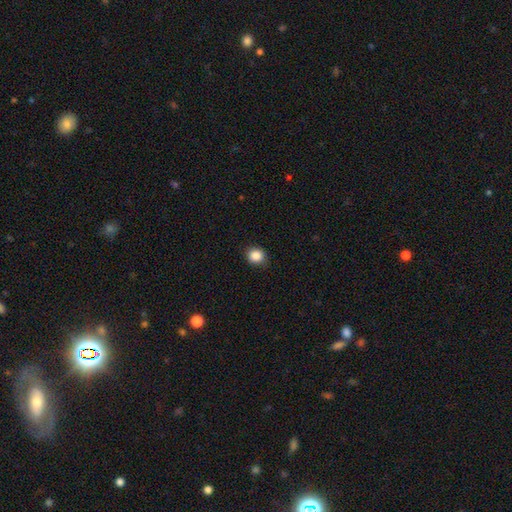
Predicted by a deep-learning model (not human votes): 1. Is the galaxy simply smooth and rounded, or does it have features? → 87% smooth, 10% star or artifact, 3% featured or disk.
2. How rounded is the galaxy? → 79% round, 20% in between, 1% cigar-shaped.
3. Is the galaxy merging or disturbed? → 86% none, 10% minor disturbance, 2% major disturbance, 1% merger.